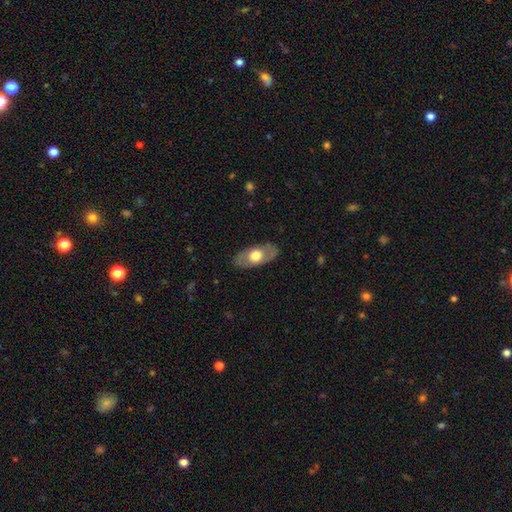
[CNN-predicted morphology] type=smooth (53%); roundness=in between (89%); merging=none (82%).